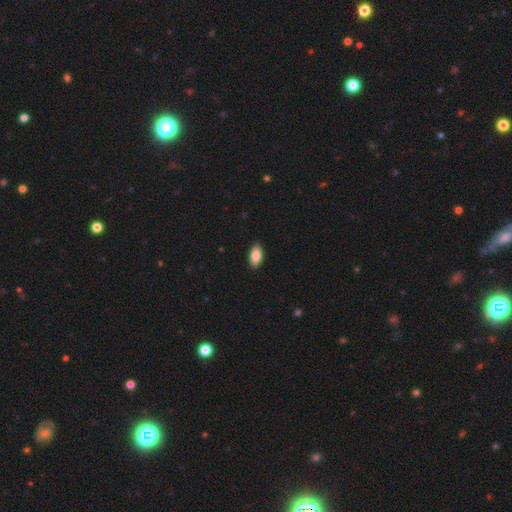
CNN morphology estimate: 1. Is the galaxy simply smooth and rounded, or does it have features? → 84% smooth, 9% featured or disk, 7% star or artifact.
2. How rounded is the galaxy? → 93% in between, 4% cigar-shaped, 3% round.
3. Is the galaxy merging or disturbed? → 90% none, 8% minor disturbance, 2% major disturbance, 1% merger.